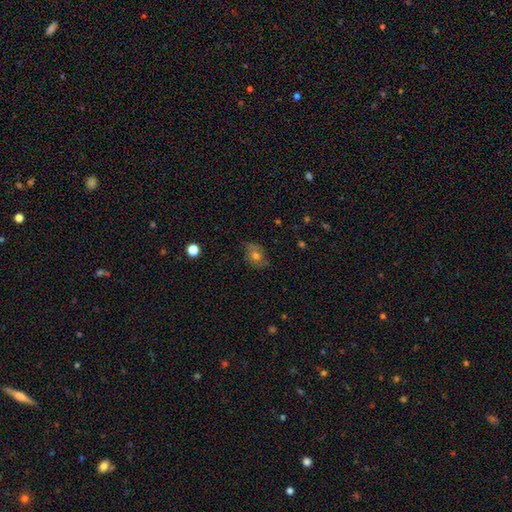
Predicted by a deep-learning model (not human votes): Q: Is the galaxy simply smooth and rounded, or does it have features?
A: smooth — 60%.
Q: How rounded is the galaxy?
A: in between — 56%.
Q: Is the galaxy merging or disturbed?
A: none — 71%.